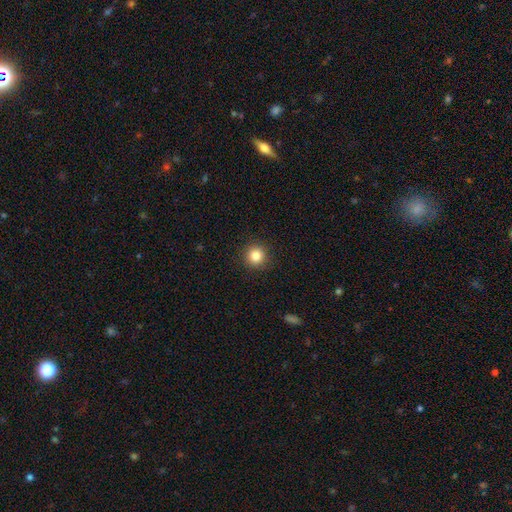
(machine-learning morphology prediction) Q: Smooth or featured?
A: smooth (84%); runner-up: star or artifact (11%)
Q: How rounded?
A: round (95%); runner-up: in between (4%)
Q: Merging?
A: none (92%); runner-up: minor disturbance (5%)